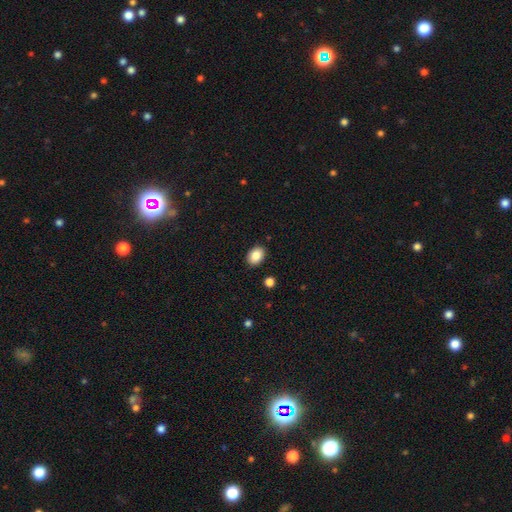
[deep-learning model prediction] Smooth or featured? smooth (86%)
How rounded? in between (77%)
Merging? none (89%)